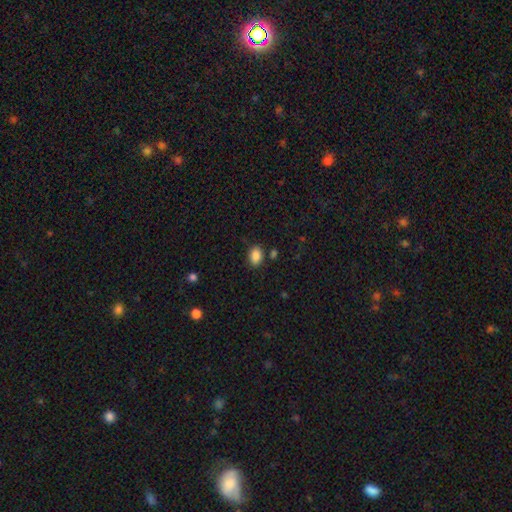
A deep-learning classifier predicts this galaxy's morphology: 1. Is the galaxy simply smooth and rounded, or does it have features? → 88% smooth, 9% star or artifact, 4% featured or disk.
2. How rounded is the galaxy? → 78% in between, 20% round, 1% cigar-shaped.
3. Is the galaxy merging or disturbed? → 82% none, 11% minor disturbance, 4% merger, 3% major disturbance.